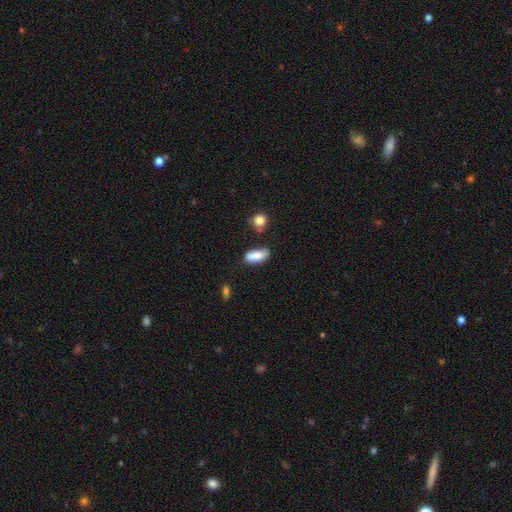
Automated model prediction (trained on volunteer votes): smooth_or_featured: smooth (p=0.82) [alt: featured or disk p=0.11]
how_rounded: in between (p=0.83) [alt: cigar-shaped p=0.14]
merging: none (p=0.60) [alt: minor disturbance p=0.26]